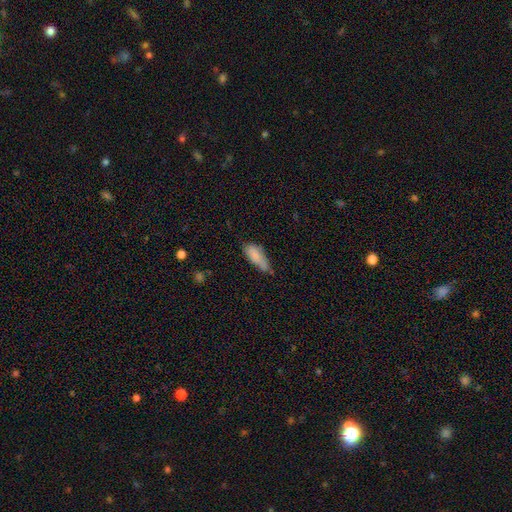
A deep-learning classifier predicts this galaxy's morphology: This is clearly a smooth galaxy (81%). How rounded: likely in between (72%). Merging: marginally none (42%).